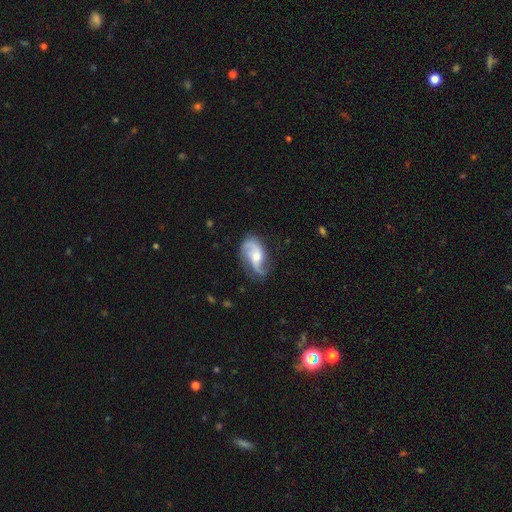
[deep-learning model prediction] This is clearly a featured or disk galaxy (84%). It is clearly not viewed edge-on (97%). Bar: possibly no (53%). Spiral arm pattern: clearly yes (97%). Spiral arm count: clearly 2 (86%). Spiral winding: possibly loose (49%). Central bulge: possibly moderate (59%). Merging: likely none (70%).